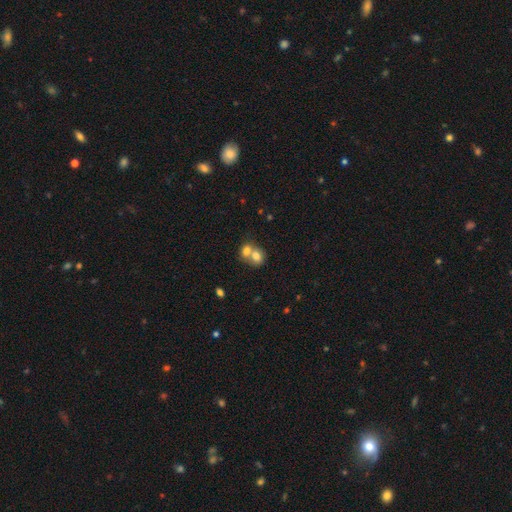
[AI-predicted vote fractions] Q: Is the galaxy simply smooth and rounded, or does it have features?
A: smooth — 73%.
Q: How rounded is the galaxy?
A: round — 63%.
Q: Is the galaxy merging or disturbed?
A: merger — 69%.